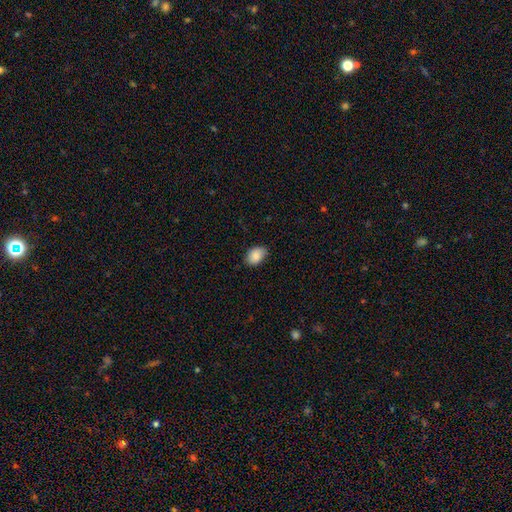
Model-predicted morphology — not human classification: This appears to be a smooth galaxy with no disk features (88%) that is in between round and cigar-shaped (85%). Merging: none (80%).